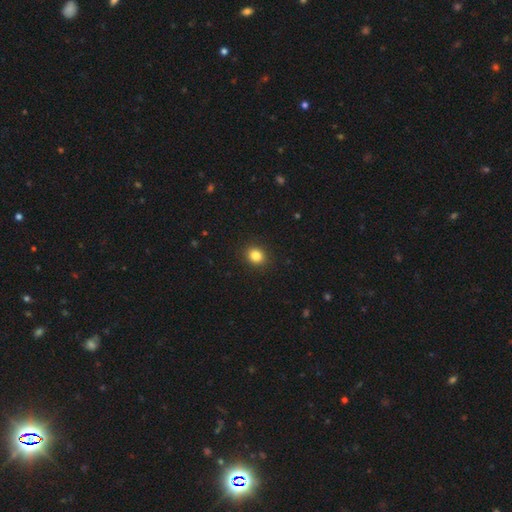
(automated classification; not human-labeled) Smooth or featured: smooth — 84% (star or artifact — 11%)
How rounded: round — 72% (in between — 27%)
Merging: none — 91% (minor disturbance — 6%)